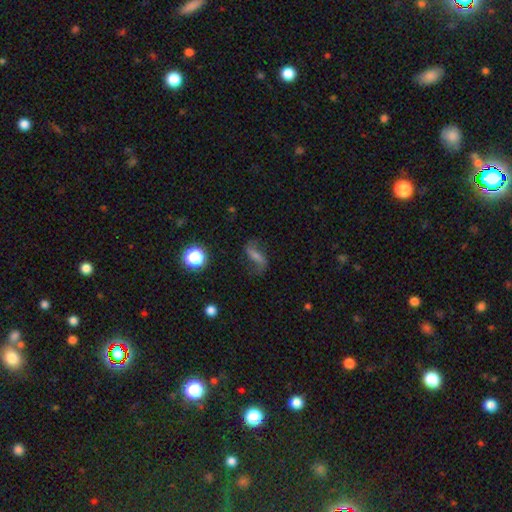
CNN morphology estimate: A featured or disk galaxy (62%) with a strong bar (41%), 2 (90%) loose (76%) spiral arms (89%) and no central bulge (37%).

Vote fractions:
- Smooth or featured? featured or disk: 62% / smooth: 24% / star or artifact: 15%
- Edge-on disk? no: 93% / yes: 7%
- Bar? strong: 41% / weak: 36% / no: 23%
- Spiral arms? yes: 89% / no: 11%
- Spiral winding? loose: 76% / medium: 18% / tight: 6%
- Spiral arm count? 2: 90% / 1: 4% / can't tell: 3% / 3: 1% / more than 4: 1% / 4: 1%
- Bulge size? none: 37% / small: 34% / moderate: 21% / large: 6% / dominant: 2%
- Merging? none: 73% / minor disturbance: 15% / major disturbance: 9% / merger: 2%